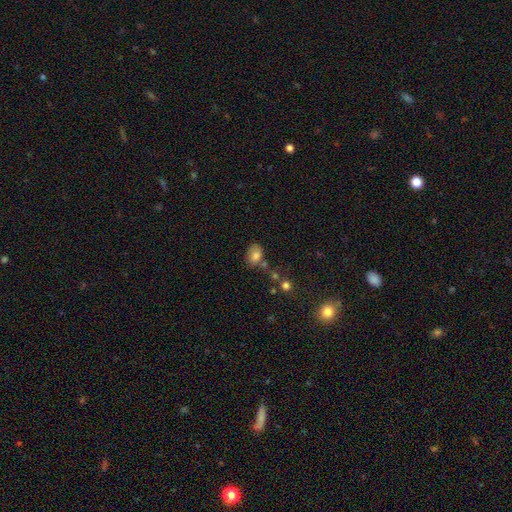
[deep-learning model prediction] A smooth galaxy with no disk features (79%) that is in between round and cigar-shaped (75%).

Vote fractions:
- Smooth or featured? smooth: 79% / star or artifact: 11% / featured or disk: 10%
- How rounded? in between: 75% / round: 24% / cigar-shaped: 1%
- Merging? none: 55% / minor disturbance: 23% / merger: 14% / major disturbance: 8%